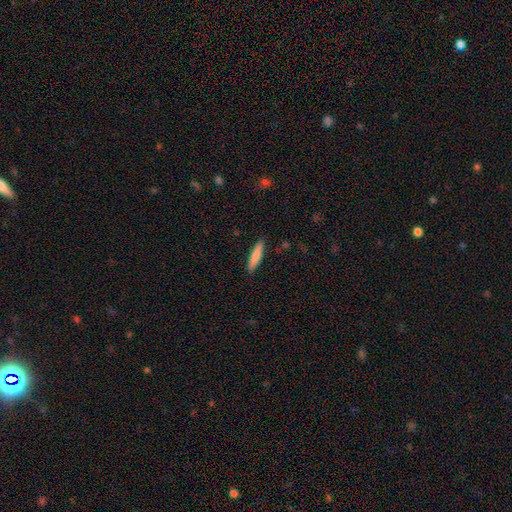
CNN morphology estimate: The model was most divided on "smooth or featured": smooth: 81%, featured or disk: 13%, star or artifact: 6%. More confident: merging — none (90%); how rounded — cigar-shaped (87%).